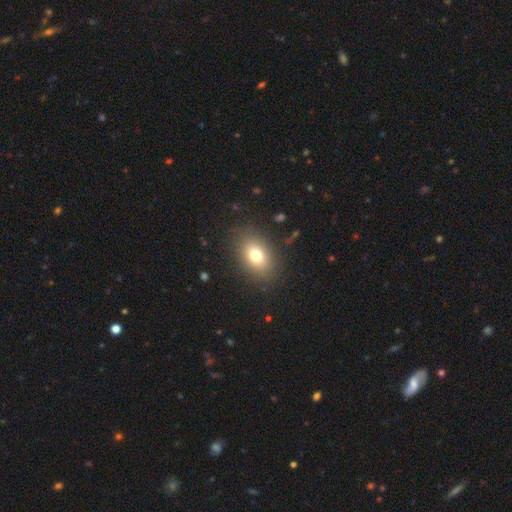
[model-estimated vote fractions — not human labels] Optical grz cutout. It shows a smooth galaxy with no disk features (76%) that is in between round and cigar-shaped (76%). Merging: none (86%).